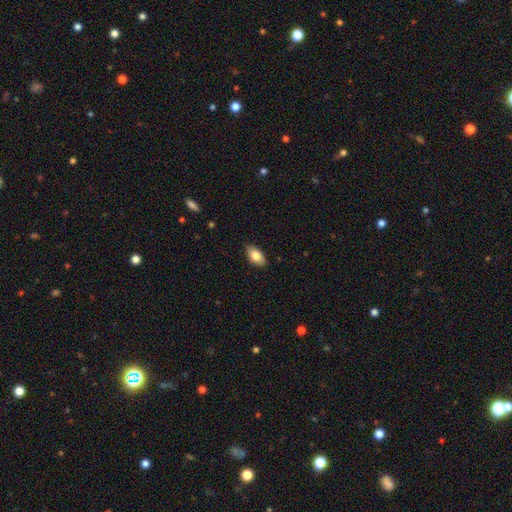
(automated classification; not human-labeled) This appears to be a smooth galaxy with no disk features (81%) that is in between round and cigar-shaped (92%). Merging: none (87%).